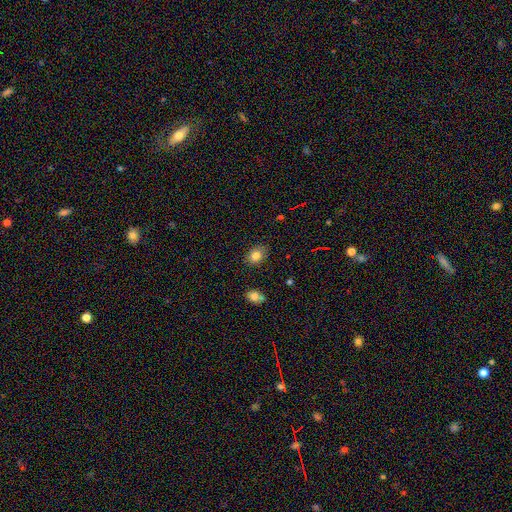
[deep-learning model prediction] Smooth or featured? smooth (81%)
How rounded? in between (68%)
Merging? none (83%)